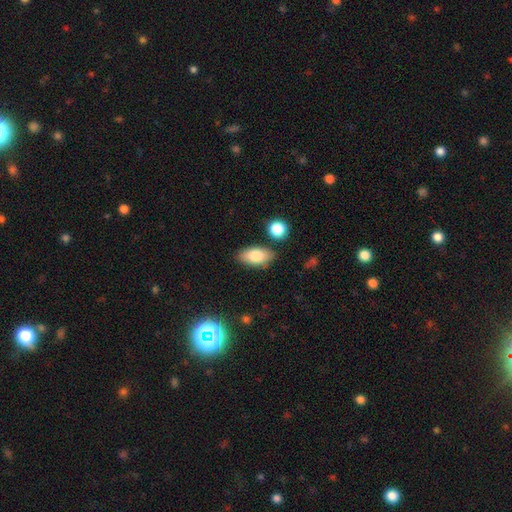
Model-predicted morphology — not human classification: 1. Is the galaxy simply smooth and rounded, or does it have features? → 80% smooth, 12% featured or disk, 7% star or artifact.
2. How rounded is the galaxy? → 91% in between, 5% cigar-shaped, 4% round.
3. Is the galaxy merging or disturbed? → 81% none, 11% minor disturbance, 5% merger, 2% major disturbance.